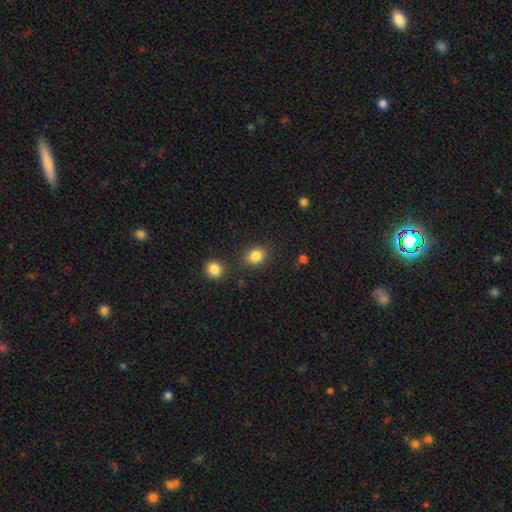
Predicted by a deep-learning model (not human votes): Smooth or featured?
  - smooth: 85% *
  - star or artifact: 10%
  - featured or disk: 5%
How rounded?
  - in between: 53% *
  - round: 46%
  - cigar-shaped: 1%
Merging?
  - none: 81% *
  - minor disturbance: 11%
  - merger: 5%
  - major disturbance: 3%